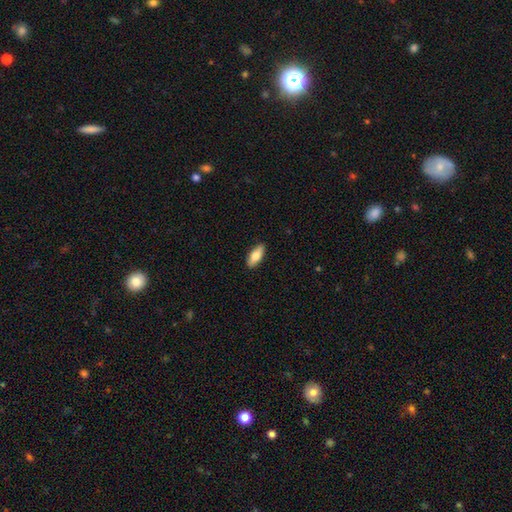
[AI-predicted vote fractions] This is likely a smooth galaxy (79%). How rounded: likely in between (78%). Merging: clearly none (90%).